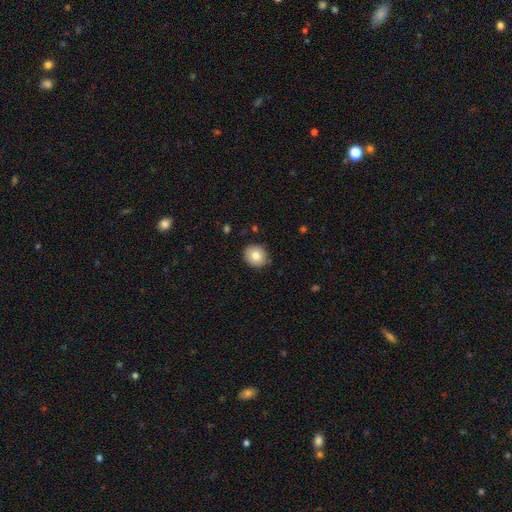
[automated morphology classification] Overall: smooth (80%). How rounded: round (79%). Merging: none (87%).